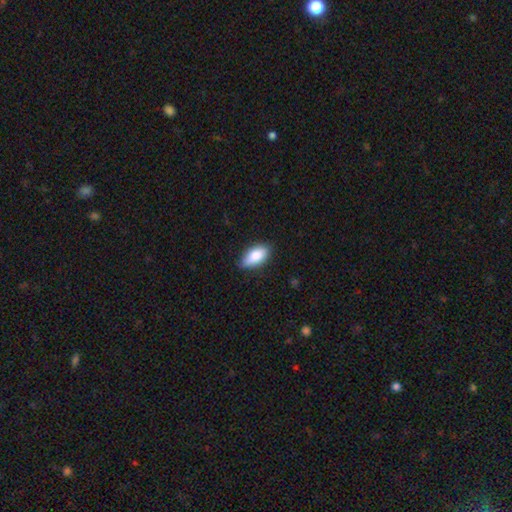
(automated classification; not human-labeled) smooth_or_featured: smooth (p=0.84) [alt: featured or disk p=0.10]
how_rounded: in between (p=0.91) [alt: cigar-shaped p=0.06]
merging: none (p=0.76) [alt: minor disturbance p=0.20]